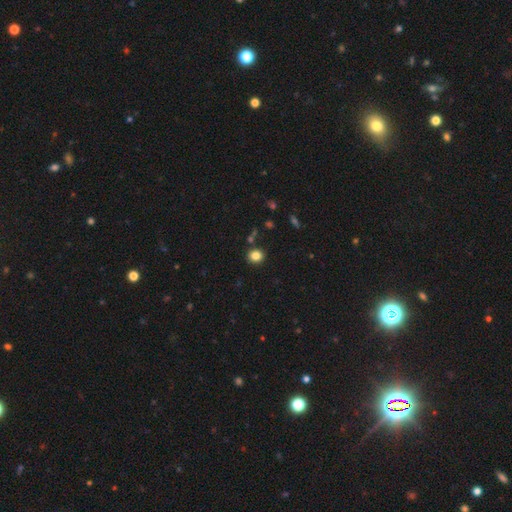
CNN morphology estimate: Smooth or featured?
  - smooth: 83% *
  - star or artifact: 11%
  - featured or disk: 5%
How rounded?
  - round: 81% *
  - in between: 18%
  - cigar-shaped: 1%
Merging?
  - none: 86% *
  - minor disturbance: 7%
  - merger: 4%
  - major disturbance: 2%